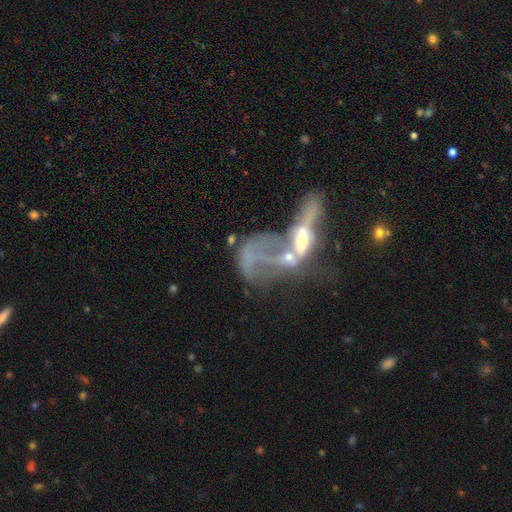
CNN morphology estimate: The model was most divided on "bulge size": moderate: 37%, none: 29%, small: 21%, large: 9%, dominant: 3%. More confident: edge-on disk — no (89%); spiral arms — no (74%); bar — no (72%); smooth or featured — featured or disk (63%); merging — merger (55%).